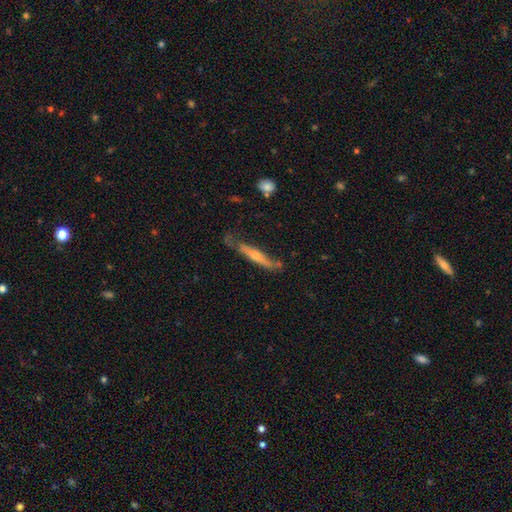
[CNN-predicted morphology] Smooth or featured? featured or disk (48%)
Merging? none (54%)